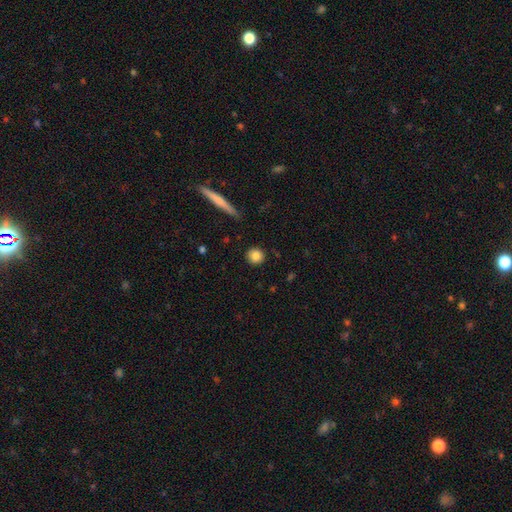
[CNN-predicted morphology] This appears to be a smooth galaxy with no disk features (84%) that is round (92%). Merging: none (90%).